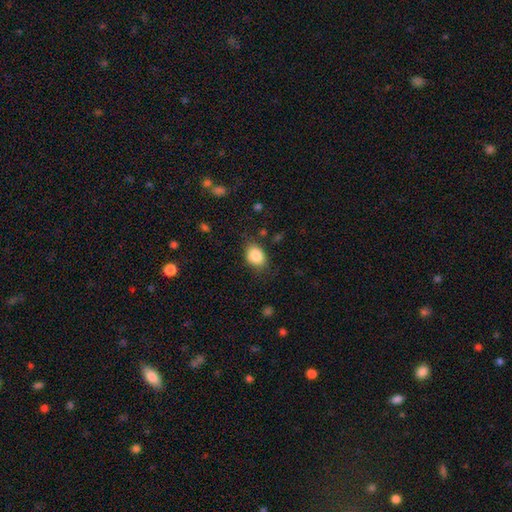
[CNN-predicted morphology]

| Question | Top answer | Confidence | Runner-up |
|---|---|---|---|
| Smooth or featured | smooth | 87% | star or artifact (8%) |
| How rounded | in between | 69% | round (30%) |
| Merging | none | 77% | minor disturbance (16%) |